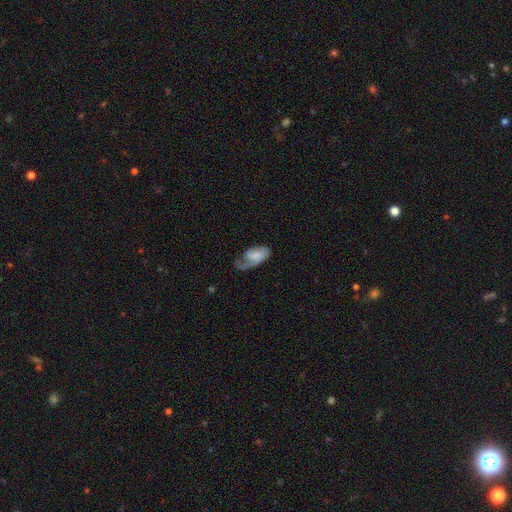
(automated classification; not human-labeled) Morphology: type=featured or disk (57%); edge-on=no (96%); bar=no (56%); spiral arms=yes (86%); bulge=small (37%); merging=major disturbance (35%, tied with none).